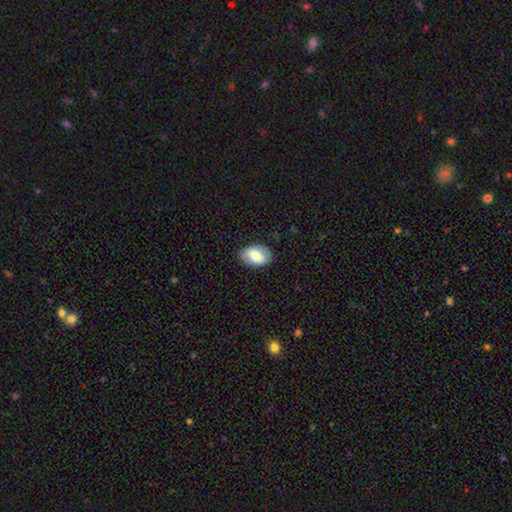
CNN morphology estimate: Smooth or featured? Predicted: smooth (p=0.69). How rounded? Predicted: in between (p=0.89). Merging? Predicted: none (p=0.84).